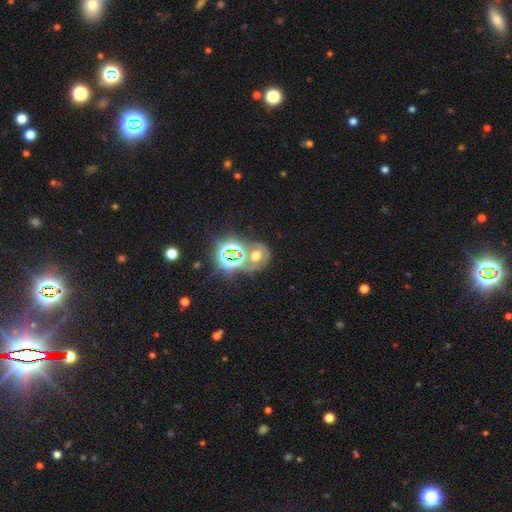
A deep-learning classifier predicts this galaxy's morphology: This appears to be a star or artifact, not a galaxy (37%).